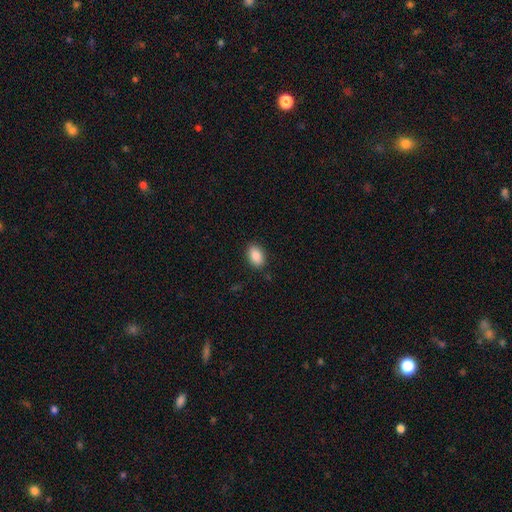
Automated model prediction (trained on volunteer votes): Q: Smooth or featured?
A: smooth (88%); runner-up: star or artifact (7%)
Q: How rounded?
A: in between (88%); runner-up: round (10%)
Q: Merging?
A: none (88%); runner-up: minor disturbance (9%)